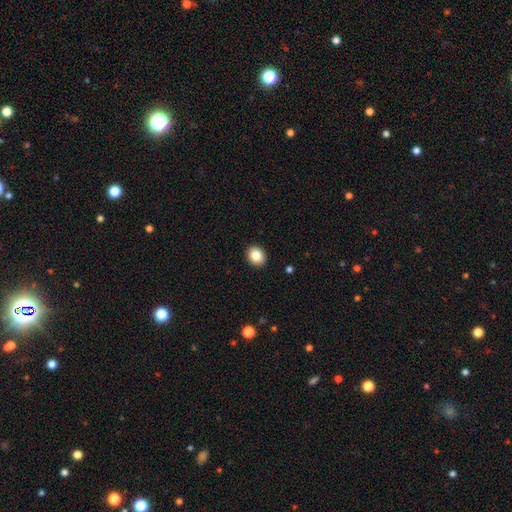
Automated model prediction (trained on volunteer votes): smooth_or_featured: smooth (p=0.84) [alt: star or artifact p=0.09]
how_rounded: round (p=0.60) [alt: in between p=0.39]
merging: none (p=0.92) [alt: minor disturbance p=0.06]